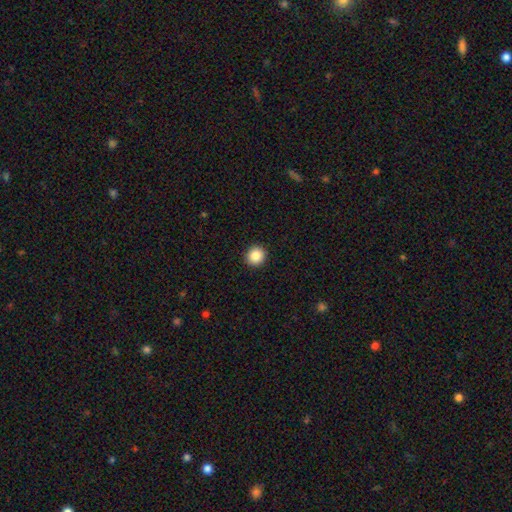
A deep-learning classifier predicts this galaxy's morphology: Smooth or featured? Predicted: smooth (p=0.86). How rounded? Predicted: round (p=0.92). Merging? Predicted: none (p=0.93).